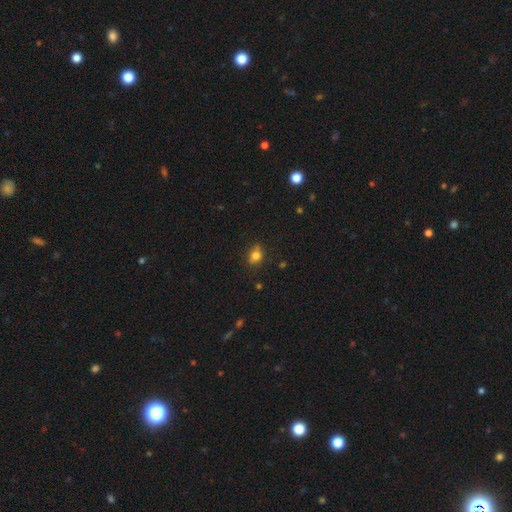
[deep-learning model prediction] smooth-or-featured: smooth: 79% | star or artifact: 12% | featured or disk: 9%
  how-rounded: round: 50% | in between: 48% | cigar-shaped: 2%
  merging: none: 74% | minor disturbance: 18% | merger: 5% | major disturbance: 4%